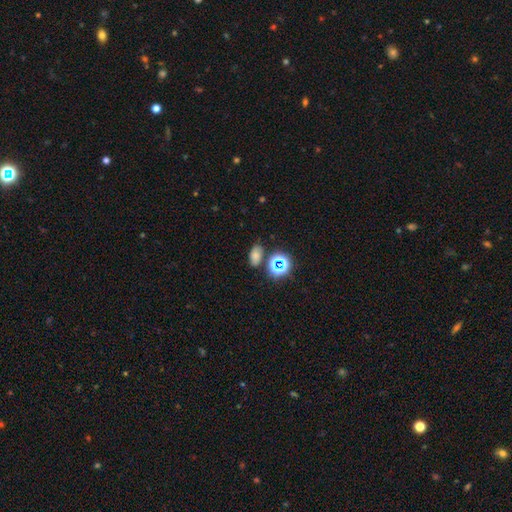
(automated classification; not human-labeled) Smooth or featured: smooth — 65% (star or artifact — 24%)
How rounded: in between — 84% (round — 14%)
Merging: none — 73% (minor disturbance — 14%)